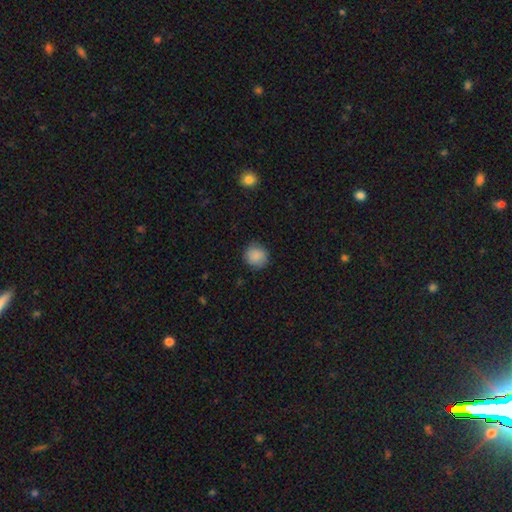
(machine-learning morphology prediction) smooth-or-featured: smooth: 88% | star or artifact: 8% | featured or disk: 4%
  how-rounded: round: 89% | in between: 10% | cigar-shaped: 1%
  merging: none: 86% | minor disturbance: 10% | major disturbance: 3% | merger: 1%